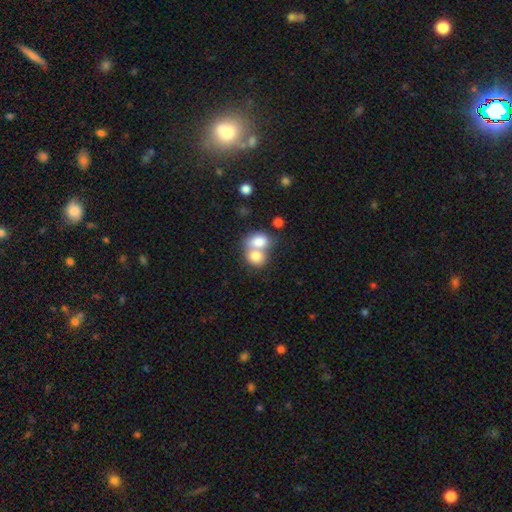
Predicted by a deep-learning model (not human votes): Smooth or featured: smooth — 78% (featured or disk — 14%)
How rounded: round — 50% (in between — 49%)
Merging: merger — 69% (none — 22%)